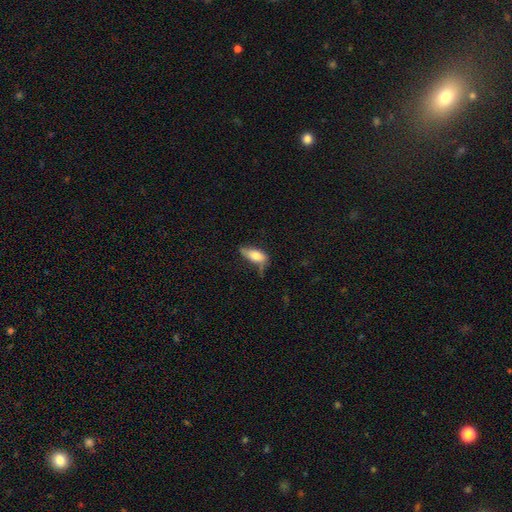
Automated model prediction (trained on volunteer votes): This appears to be a smooth galaxy with no disk features (69%) that is in between round and cigar-shaped (80%). Merging: none (43%).